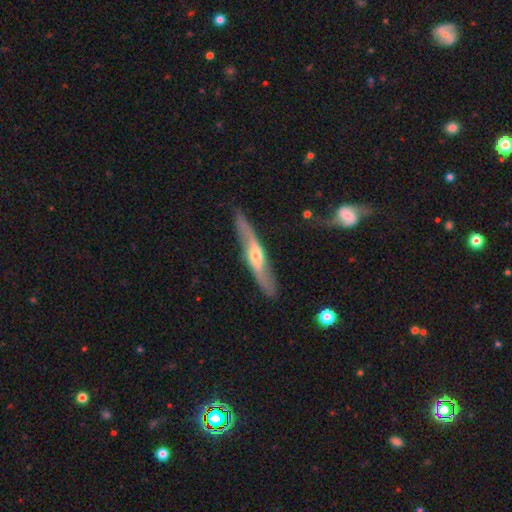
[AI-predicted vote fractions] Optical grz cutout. It shows a featured or disk galaxy (72%) viewed edge-on (63%). Merging: none (78%).